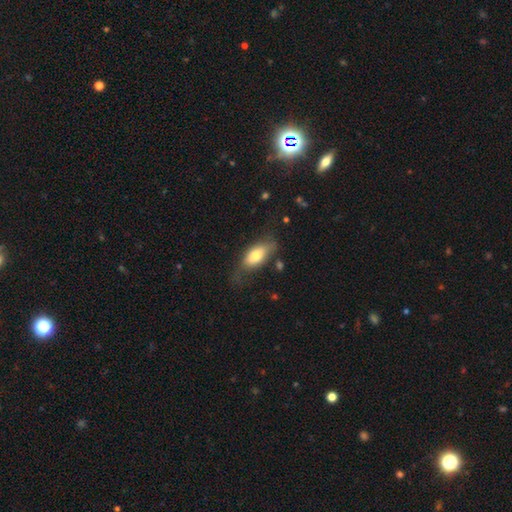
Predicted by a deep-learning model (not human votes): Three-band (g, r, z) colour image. It shows a smooth galaxy with no disk features (71%) that is in between round and cigar-shaped (87%). Merging: none (54%).